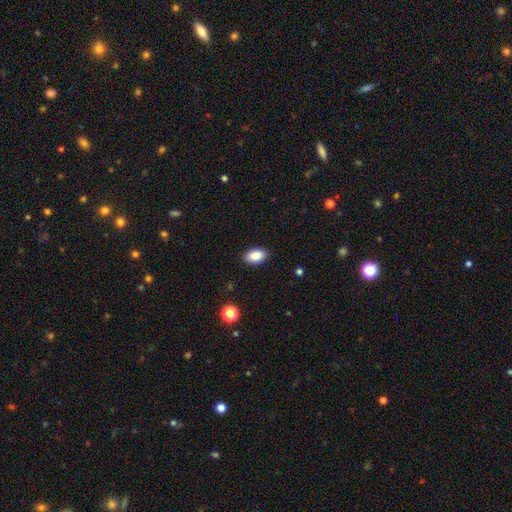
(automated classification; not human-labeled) A smooth galaxy with no disk features (88%) that is in between round and cigar-shaped (91%).

Vote fractions:
- Smooth or featured? smooth: 88% / star or artifact: 8% / featured or disk: 4%
- How rounded? in between: 91% / round: 8% / cigar-shaped: 1%
- Merging? none: 88% / minor disturbance: 9% / major disturbance: 2% / merger: 1%